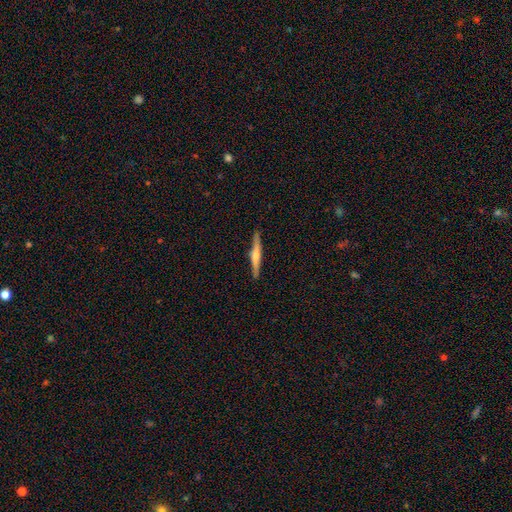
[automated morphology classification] Smooth or featured?
  - featured or disk: 58% *
  - smooth: 36%
  - star or artifact: 5%
Edge-on disk?
  - yes: 97% *
  - no: 3%
Edge-on bulge?
  - rounded: 70% *
  - boxy: 16%
  - none: 13%
Merging?
  - none: 89% *
  - minor disturbance: 9%
  - major disturbance: 2%
  - merger: 1%